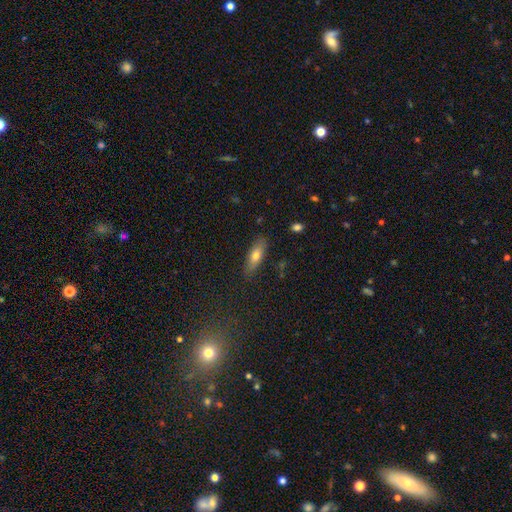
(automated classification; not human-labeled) Smooth or featured? smooth (70%)
How rounded? in between (57%)
Merging? none (83%)